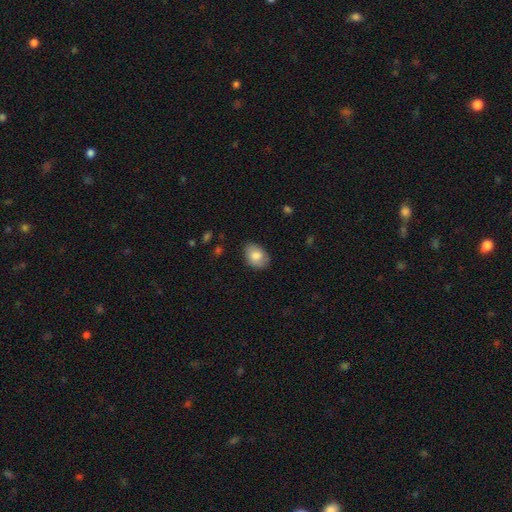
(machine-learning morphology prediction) Smooth or featured? Predicted: smooth (p=0.82). How rounded? Predicted: in between (p=0.78). Merging? Predicted: none (p=0.81).